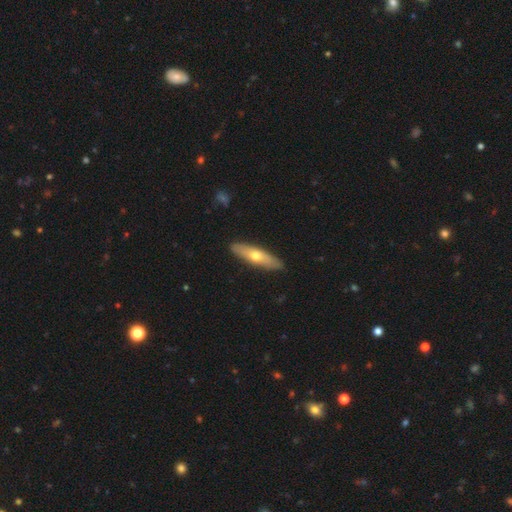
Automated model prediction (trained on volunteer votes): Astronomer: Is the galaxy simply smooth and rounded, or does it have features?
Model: smooth — 53% (runner-up: featured or disk, 42%).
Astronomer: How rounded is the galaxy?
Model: cigar-shaped — 68%.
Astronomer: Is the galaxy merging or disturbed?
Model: none — 89%.